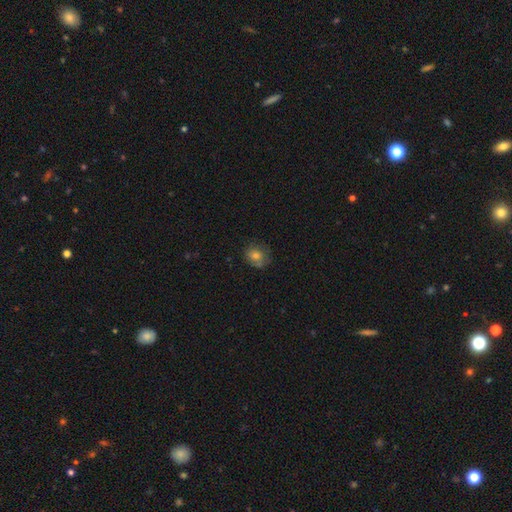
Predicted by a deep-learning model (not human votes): A smooth galaxy with no disk features (70%) that is round (71%).

Vote fractions:
- Smooth or featured? smooth: 70% / featured or disk: 16% / star or artifact: 14%
- How rounded? round: 71% / in between: 28% / cigar-shaped: 1%
- Merging? none: 69% / minor disturbance: 21% / major disturbance: 7% / merger: 3%